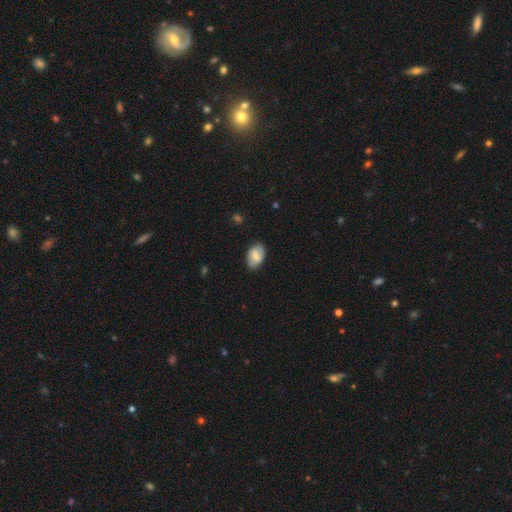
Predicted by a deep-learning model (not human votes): A smooth galaxy with no disk features (67%) that is in between round and cigar-shaped (89%). Merging: none (79%).